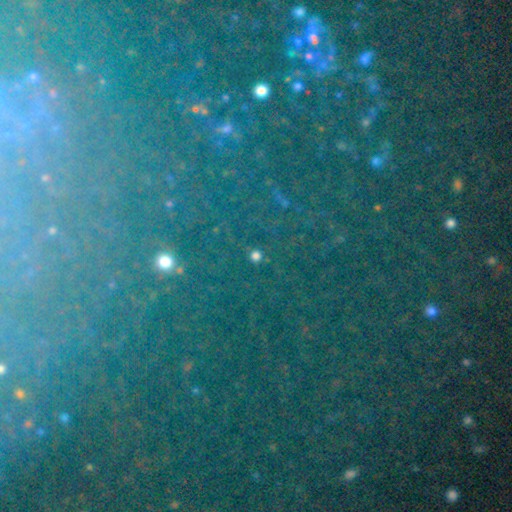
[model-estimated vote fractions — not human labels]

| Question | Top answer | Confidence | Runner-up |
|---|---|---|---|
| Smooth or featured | star or artifact | 58% | smooth (32%) |